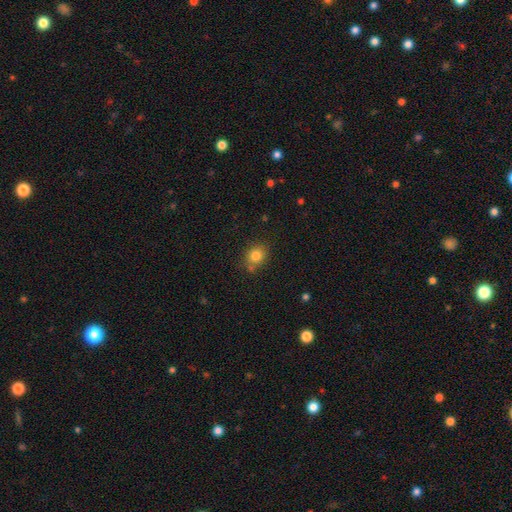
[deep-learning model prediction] Morphology: type=smooth (81%); roundness=round (68%); merging=none (73%).